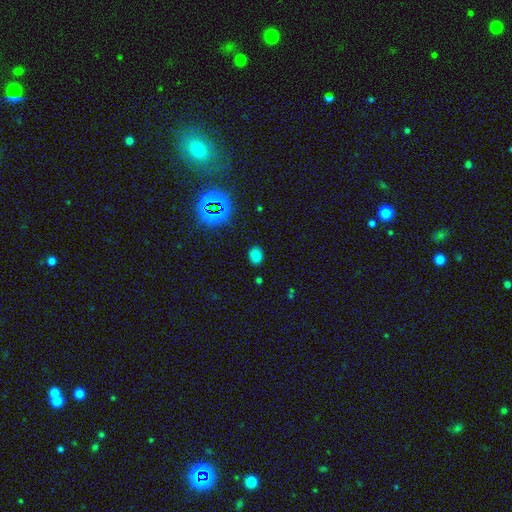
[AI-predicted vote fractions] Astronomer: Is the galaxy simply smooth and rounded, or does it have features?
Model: smooth — 72%.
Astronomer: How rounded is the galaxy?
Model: in between — 64%.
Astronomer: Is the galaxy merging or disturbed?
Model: none — 84%.